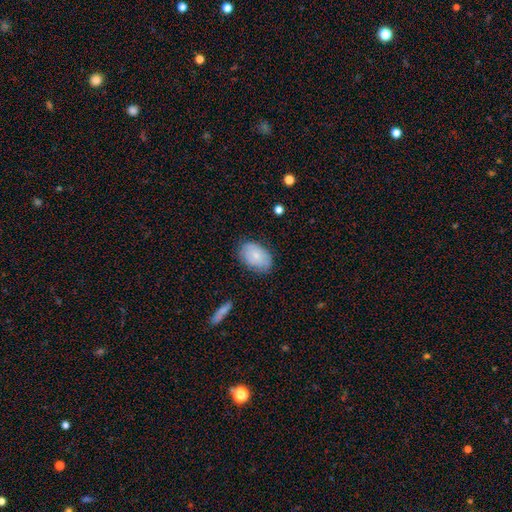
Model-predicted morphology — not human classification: Smooth or featured: smooth — 70% (featured or disk — 23%)
How rounded: in between — 87% (round — 11%)
Merging: none — 75% (minor disturbance — 19%)